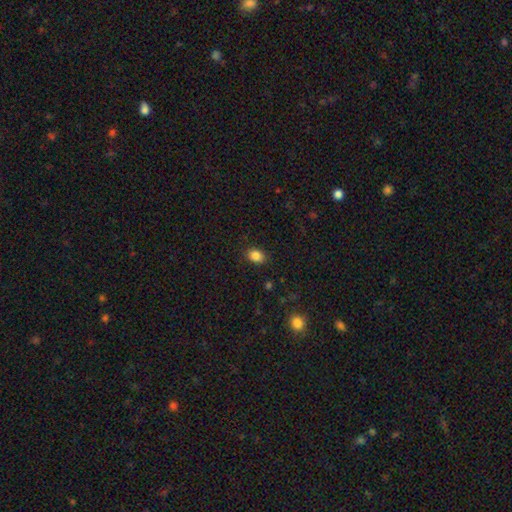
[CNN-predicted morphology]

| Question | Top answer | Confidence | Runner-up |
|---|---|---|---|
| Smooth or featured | smooth | 86% | star or artifact (10%) |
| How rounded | in between | 72% | round (27%) |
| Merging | none | 87% | minor disturbance (10%) |